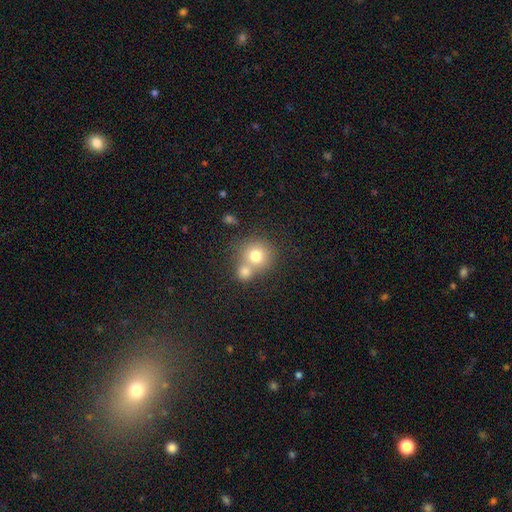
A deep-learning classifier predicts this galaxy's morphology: The model was most divided on "merging" (2-way tie): none: 45%, merger: 45%, minor disturbance: 7%, major disturbance: 3%. More confident: how rounded — round (89%); smooth or featured — smooth (75%).